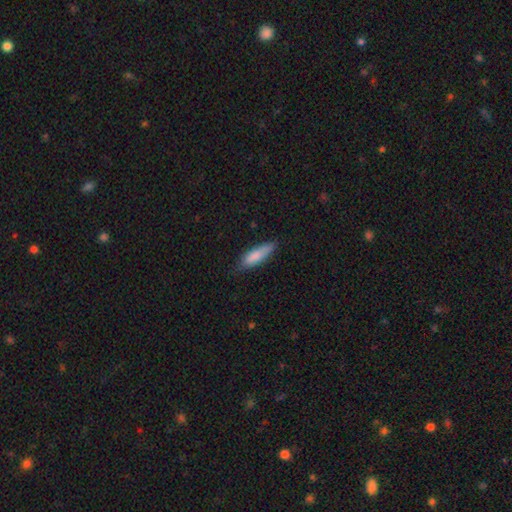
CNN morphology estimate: Smooth or featured: smooth — 82% (featured or disk — 12%)
How rounded: cigar-shaped — 56% (in between — 43%)
Merging: none — 71% (minor disturbance — 23%)